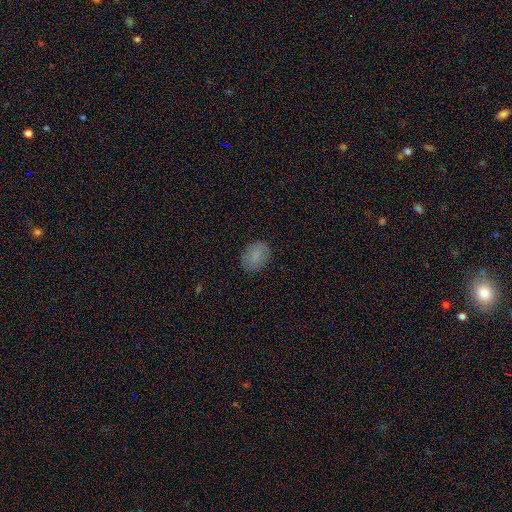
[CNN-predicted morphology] A smooth galaxy with no disk features (85%) that is in between round and cigar-shaped (66%).

Vote fractions:
- Smooth or featured? smooth: 85% / star or artifact: 8% / featured or disk: 7%
- How rounded? in between: 66% / round: 33% / cigar-shaped: 1%
- Merging? none: 85% / minor disturbance: 11% / major disturbance: 3% / merger: 1%